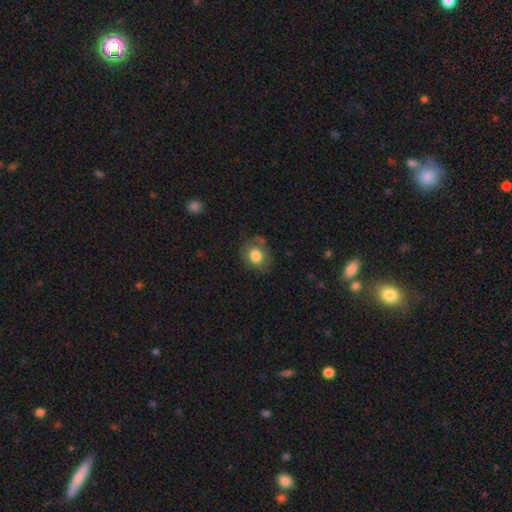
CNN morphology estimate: smooth_or_featured: smooth (p=0.71) [alt: featured or disk p=0.20]
how_rounded: round (p=0.60) [alt: in between p=0.39]
merging: none (p=0.66) [alt: minor disturbance p=0.22]